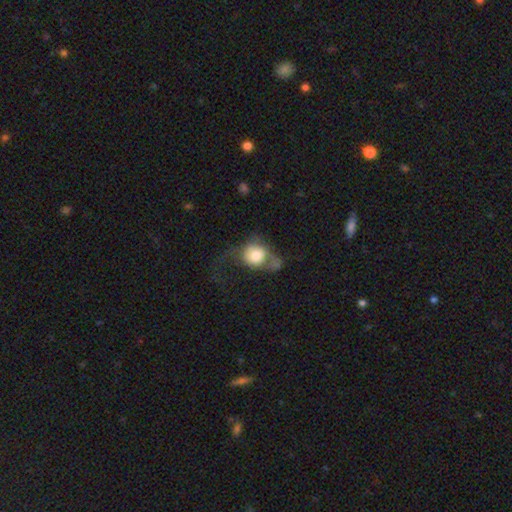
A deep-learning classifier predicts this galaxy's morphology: This is likely a smooth galaxy (68%). How rounded: likely round (72%). Merging: possibly major disturbance (49%).